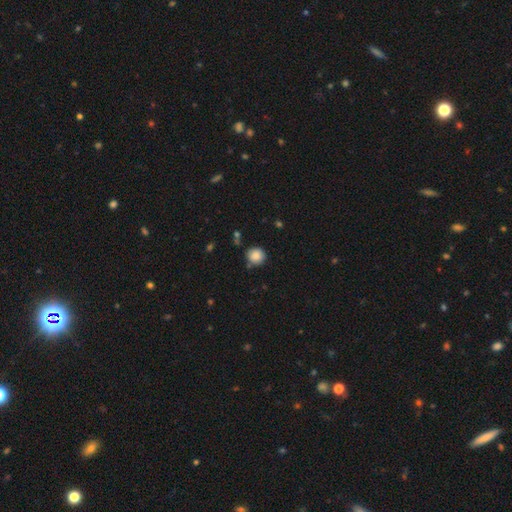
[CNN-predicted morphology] Smooth or featured: smooth — 85% (star or artifact — 9%)
How rounded: round — 88% (in between — 11%)
Merging: none — 80% (minor disturbance — 13%)